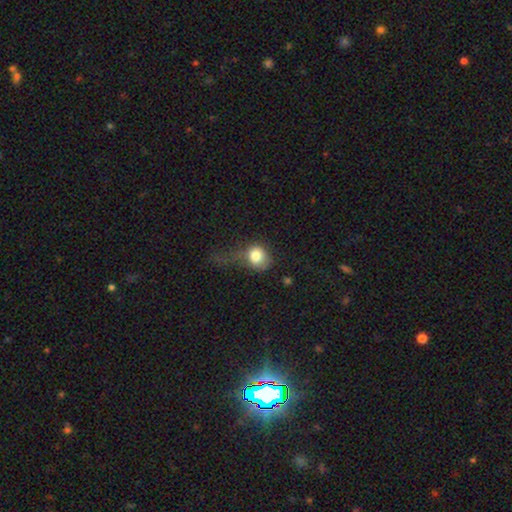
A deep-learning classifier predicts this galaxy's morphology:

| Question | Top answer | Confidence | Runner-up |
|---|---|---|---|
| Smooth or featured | smooth | 80% | featured or disk (11%) |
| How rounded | round | 68% | in between (30%) |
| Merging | major disturbance | 42% | none (28%) |